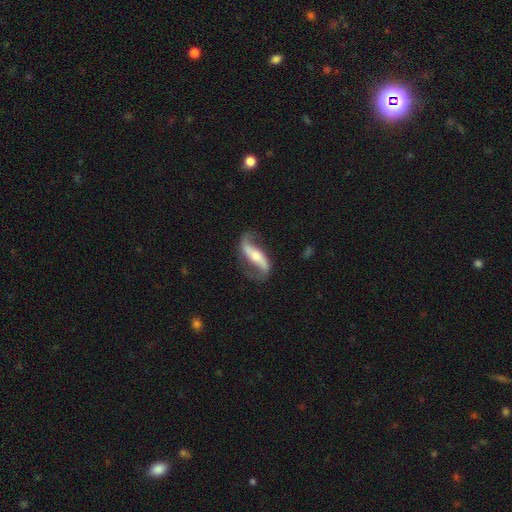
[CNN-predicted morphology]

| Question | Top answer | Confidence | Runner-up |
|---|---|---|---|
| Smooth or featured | featured or disk | 87% | smooth (9%) |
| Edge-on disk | no | 88% | yes (12%) |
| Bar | strong | 50% | no (26%) |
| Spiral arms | yes | 95% | no (5%) |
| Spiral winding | loose | 79% | medium (15%) |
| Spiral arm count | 2 | 92% | 1 (3%) |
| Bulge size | moderate | 52% | small (40%) |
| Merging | none | 76% | minor disturbance (15%) |